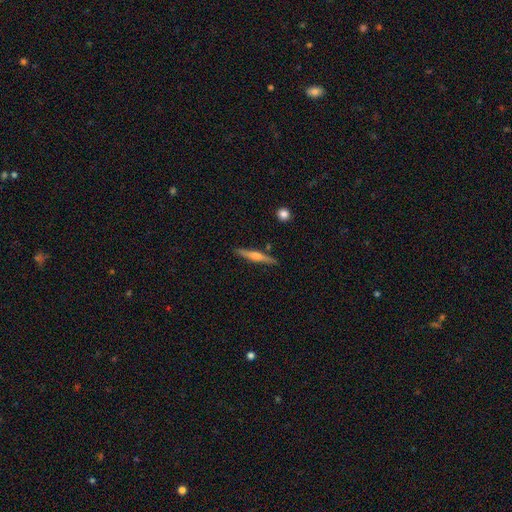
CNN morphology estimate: This is likely a featured or disk galaxy (67%). It is clearly viewed edge-on (98%). Edge-on bulge: clearly rounded (81%). Merging: clearly none (89%).